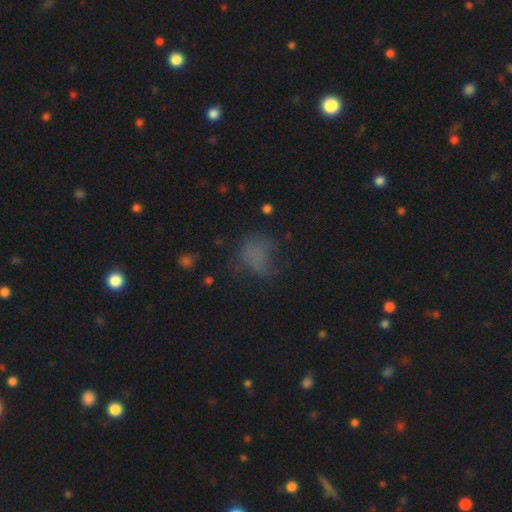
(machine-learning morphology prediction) This appears to be a smooth galaxy with no disk features (57%) that is in between round and cigar-shaped (56%). Merging: none (39%).